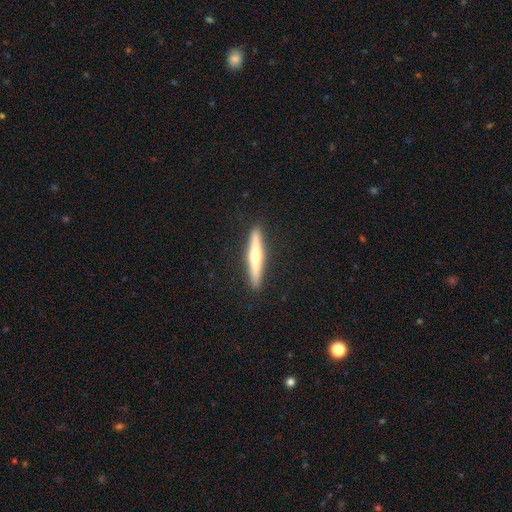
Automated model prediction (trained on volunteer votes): The model was most divided on "smooth or featured": featured or disk: 55%, smooth: 40%, star or artifact: 5%. More confident: edge-on disk — yes (96%); merging — none (91%); edge-on bulge — rounded (81%).